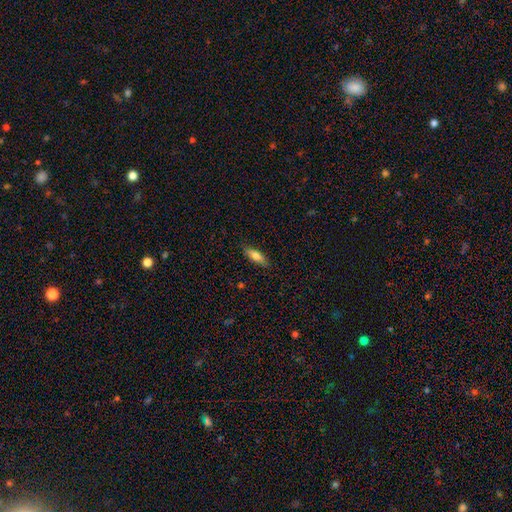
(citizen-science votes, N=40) A smooth galaxy with no disk features (82%) that is in between round and cigar-shaped (76%).

Vote fractions:
- Smooth or featured? smooth: 82% / featured or disk: 10% / star or artifact: 8%
- How rounded? in between: 76% / cigar-shaped: 21% / round: 3%
- Merging? none: 89% / minor disturbance: 11% / major disturbance: 0% / merger: 0%